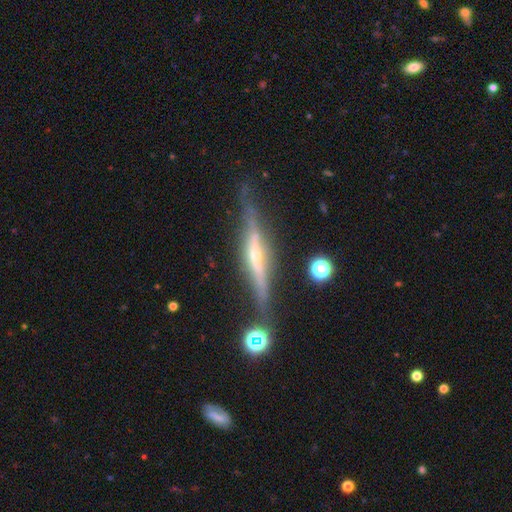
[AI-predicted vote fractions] The model was most divided on "edge-on bulge": rounded: 72%, none: 18%, boxy: 10%. More confident: edge-on disk — yes (96%); smooth or featured — featured or disk (82%); merging — none (78%).